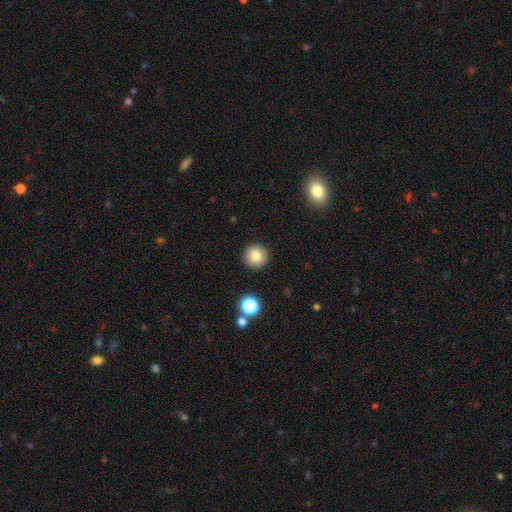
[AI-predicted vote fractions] This is clearly a smooth galaxy (82%). How rounded: clearly round (96%). Merging: clearly none (92%).